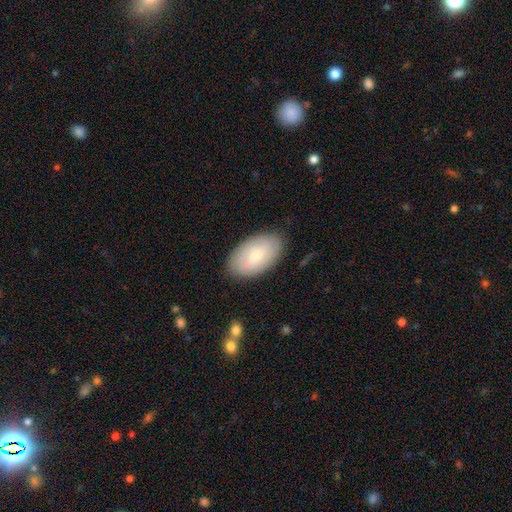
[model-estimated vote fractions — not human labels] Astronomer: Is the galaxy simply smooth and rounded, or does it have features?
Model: smooth — 61%.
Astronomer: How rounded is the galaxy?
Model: in between — 94%.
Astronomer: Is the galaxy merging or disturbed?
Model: none — 84%.